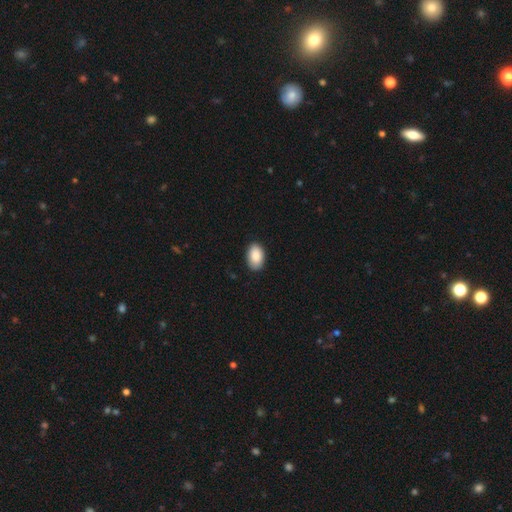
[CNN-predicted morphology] A smooth galaxy with no disk features (89%) that is in between round and cigar-shaped (91%). Merging: none (88%).